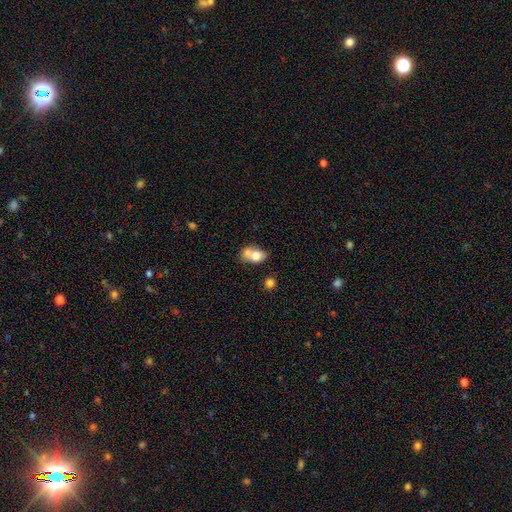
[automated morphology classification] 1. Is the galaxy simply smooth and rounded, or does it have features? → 71% smooth, 21% featured or disk, 9% star or artifact.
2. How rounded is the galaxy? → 65% in between, 33% round, 2% cigar-shaped.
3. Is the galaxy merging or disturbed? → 59% merger, 25% none, 10% minor disturbance, 5% major disturbance.